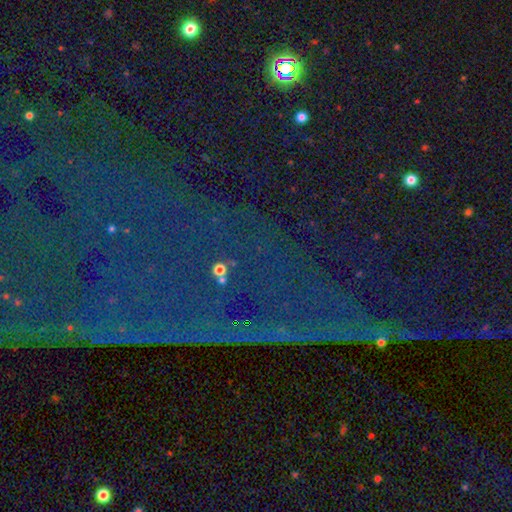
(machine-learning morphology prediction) smooth_or_featured: star or artifact (p=0.84) [alt: smooth p=0.08]